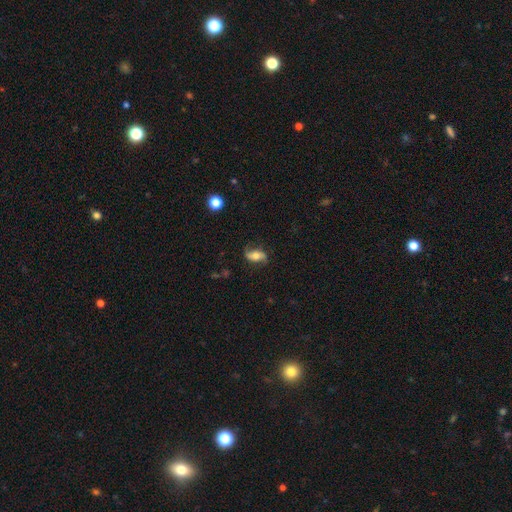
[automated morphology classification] This is possibly a featured or disk galaxy (53%). It is clearly not viewed edge-on (90%). Merging: likely none (73%).